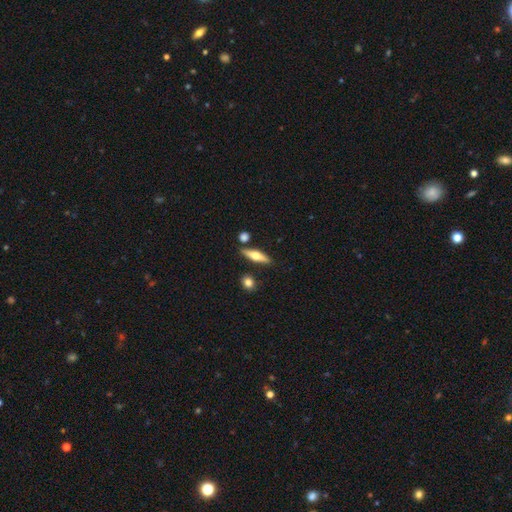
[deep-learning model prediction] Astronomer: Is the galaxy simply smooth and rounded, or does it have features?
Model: smooth — 49% (runner-up: featured or disk, 45%).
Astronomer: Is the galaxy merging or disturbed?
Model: none — 81%.